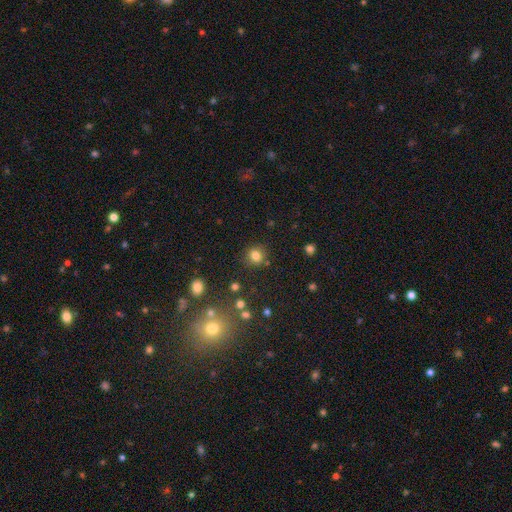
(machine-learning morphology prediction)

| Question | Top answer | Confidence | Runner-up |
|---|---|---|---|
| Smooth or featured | smooth | 81% | star or artifact (13%) |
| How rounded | round | 82% | in between (17%) |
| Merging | none | 84% | minor disturbance (9%) |